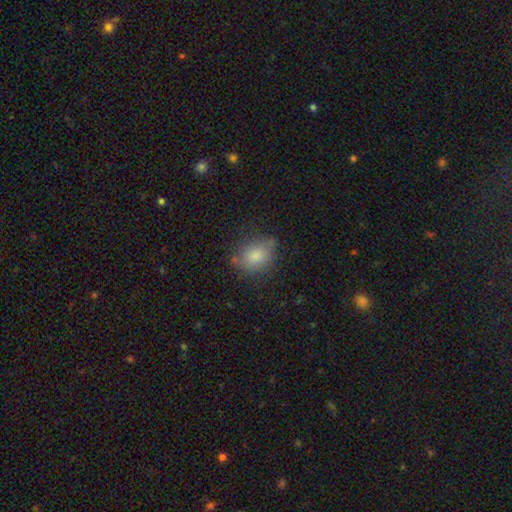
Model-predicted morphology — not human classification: This appears to be a smooth galaxy with no disk features (80%) that is in between round and cigar-shaped (61%). Merging: none (65%).